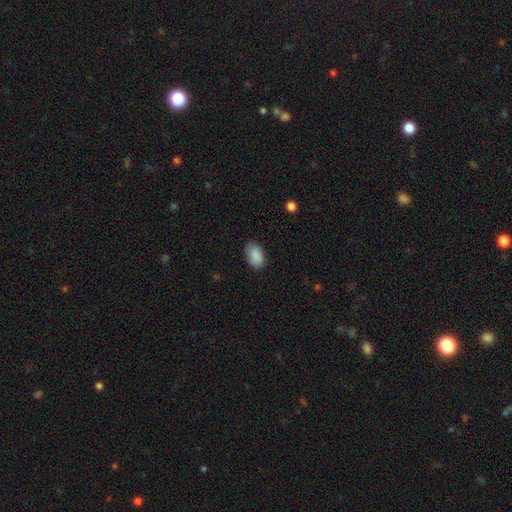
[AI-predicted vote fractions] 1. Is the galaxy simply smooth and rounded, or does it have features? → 89% smooth, 7% star or artifact, 5% featured or disk.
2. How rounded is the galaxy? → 92% in between, 7% round, 1% cigar-shaped.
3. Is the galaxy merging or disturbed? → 81% none, 15% minor disturbance, 3% major disturbance, 1% merger.